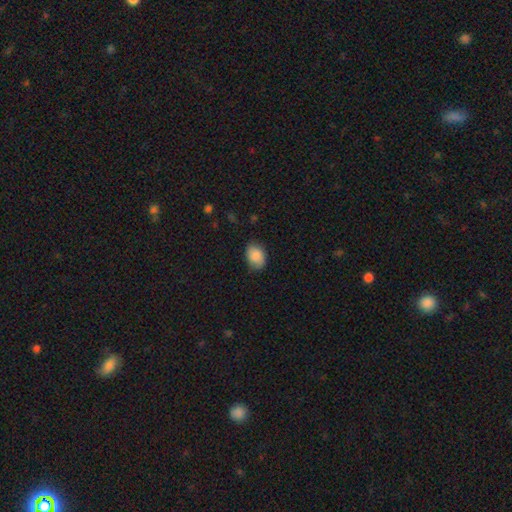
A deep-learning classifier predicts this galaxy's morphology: A smooth galaxy with no disk features (86%) that is in between round and cigar-shaped (76%). Merging: none (78%).